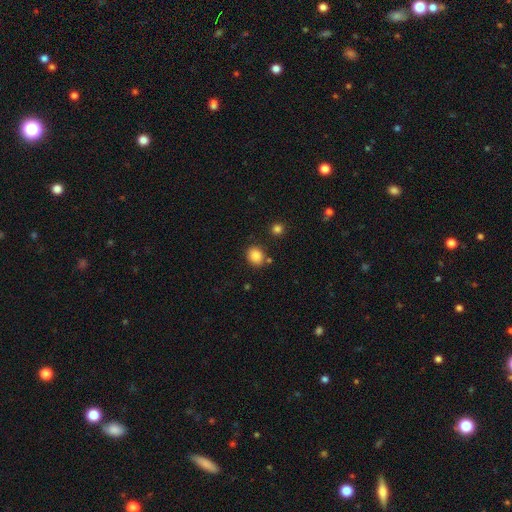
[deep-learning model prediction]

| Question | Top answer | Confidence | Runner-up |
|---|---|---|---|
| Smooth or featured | smooth | 86% | star or artifact (10%) |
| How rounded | round | 62% | in between (37%) |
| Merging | none | 80% | minor disturbance (10%) |